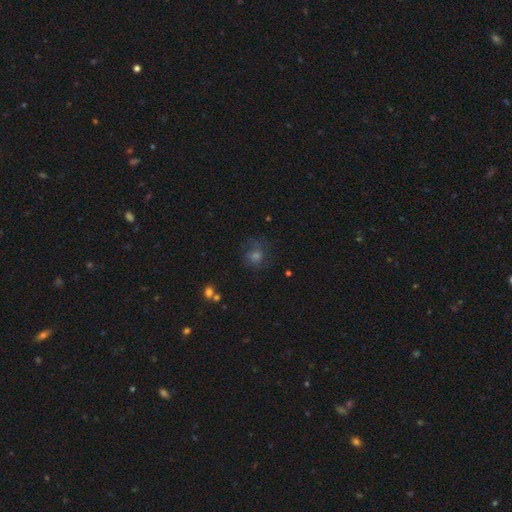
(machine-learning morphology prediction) Q: Smooth or featured?
A: smooth (41%); runner-up: featured or disk (30%)
Q: Merging?
A: none (64%); runner-up: minor disturbance (18%)